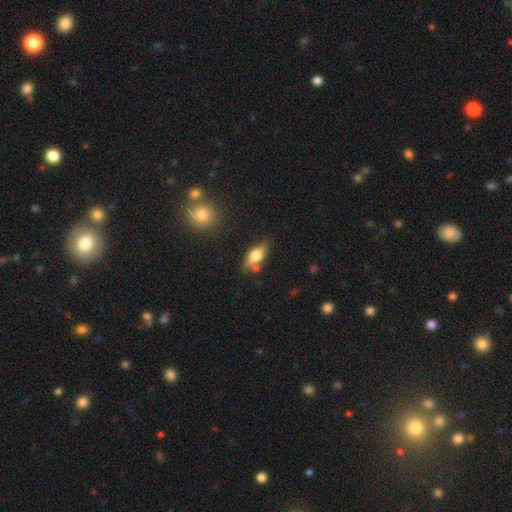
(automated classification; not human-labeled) A smooth galaxy with no disk features (69%) that is in between round and cigar-shaped (78%). Merging: none (70%).